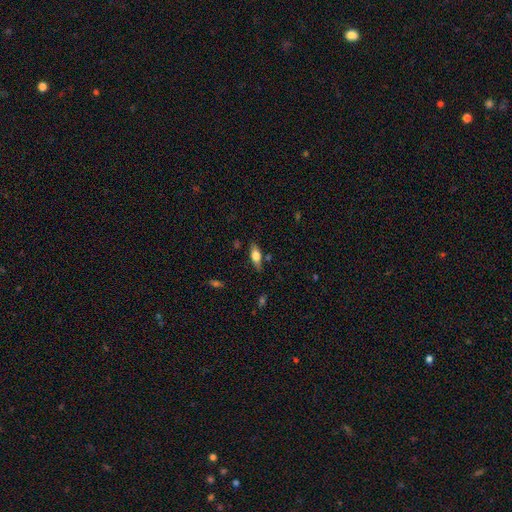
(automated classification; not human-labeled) A smooth galaxy with no disk features (66%) that is in between round and cigar-shaped (74%).

Vote fractions:
- Smooth or featured? smooth: 66% / featured or disk: 27% / star or artifact: 8%
- How rounded? in between: 74% / cigar-shaped: 23% / round: 4%
- Merging? none: 76% / minor disturbance: 16% / major disturbance: 4% / merger: 3%